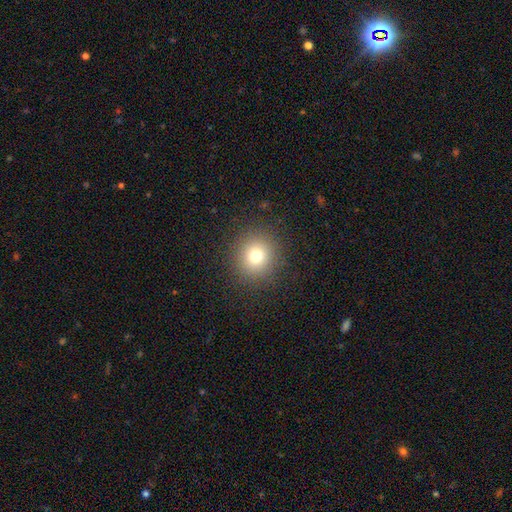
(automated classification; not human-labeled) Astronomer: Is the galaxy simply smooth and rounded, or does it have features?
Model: smooth — 75%.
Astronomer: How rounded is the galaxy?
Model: round — 92%.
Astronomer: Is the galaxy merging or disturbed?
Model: none — 90%.